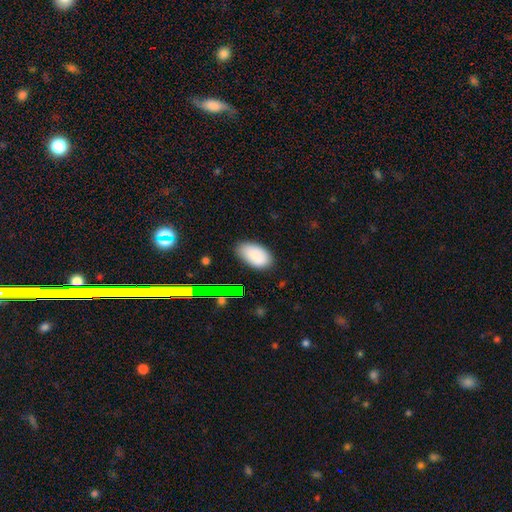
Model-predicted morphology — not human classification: smooth-or-featured: smooth: 83% | star or artifact: 9% | featured or disk: 8%
  how-rounded: in between: 94% | round: 4% | cigar-shaped: 1%
  merging: none: 80% | minor disturbance: 15% | major disturbance: 3% | merger: 2%